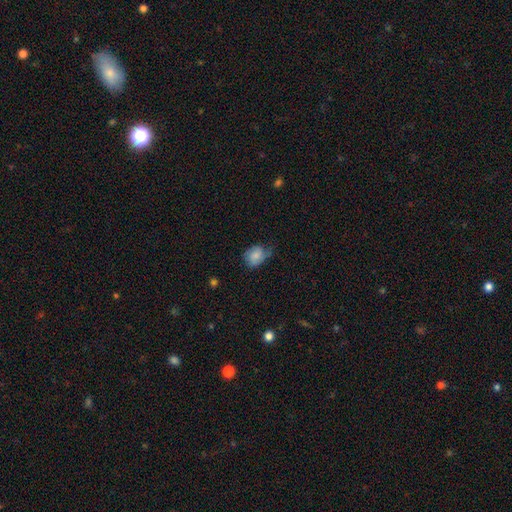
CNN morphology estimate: smooth-or-featured: smooth: 71% | featured or disk: 21% | star or artifact: 8%
  how-rounded: in between: 58% | round: 41% | cigar-shaped: 1%
  merging: none: 42% | minor disturbance: 39% | major disturbance: 17% | merger: 2%